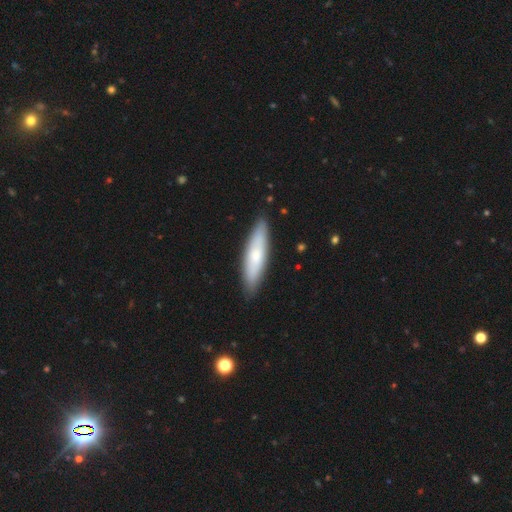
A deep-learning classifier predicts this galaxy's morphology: This appears to be a smooth galaxy with no disk features (68%) that is cigar-shaped (71%). Merging: none (88%).